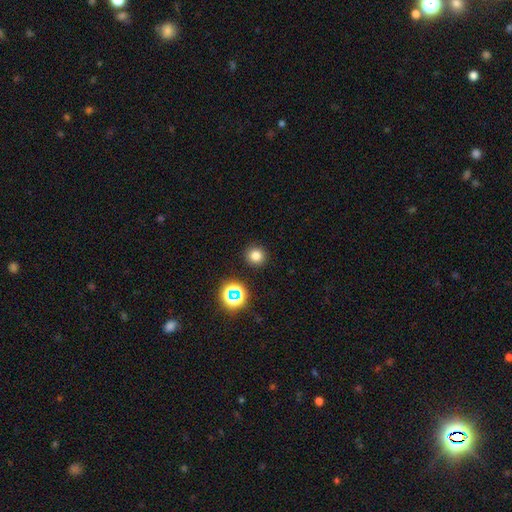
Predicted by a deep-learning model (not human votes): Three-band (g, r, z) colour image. It shows a smooth galaxy with no disk features (76%) that is round (93%). Merging: none (91%).